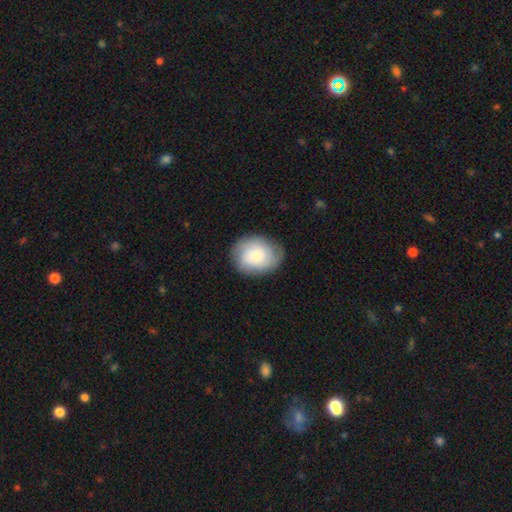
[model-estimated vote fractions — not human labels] Smooth or featured? Predicted: smooth (p=0.62). How rounded? Predicted: round (p=0.53). Merging? Predicted: none (p=0.77).